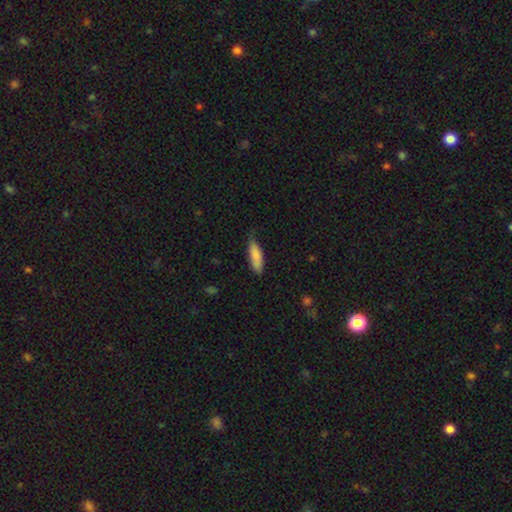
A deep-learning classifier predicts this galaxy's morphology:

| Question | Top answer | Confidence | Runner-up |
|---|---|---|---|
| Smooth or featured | smooth | 86% | featured or disk (8%) |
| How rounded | in between | 51% | cigar-shaped (48%) |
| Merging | none | 62% | minor disturbance (31%) |